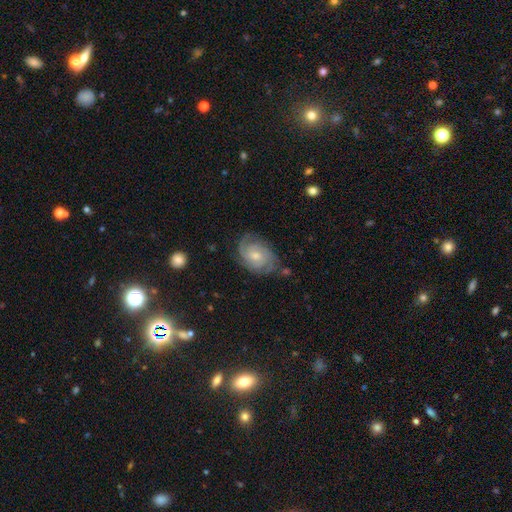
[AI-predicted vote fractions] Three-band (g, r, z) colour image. It shows a featured or disk galaxy (79%) with no bar (70%), 3 (29%) tight (62%) spiral arms (96%) and a moderate central bulge (49%). Merging: none (72%).